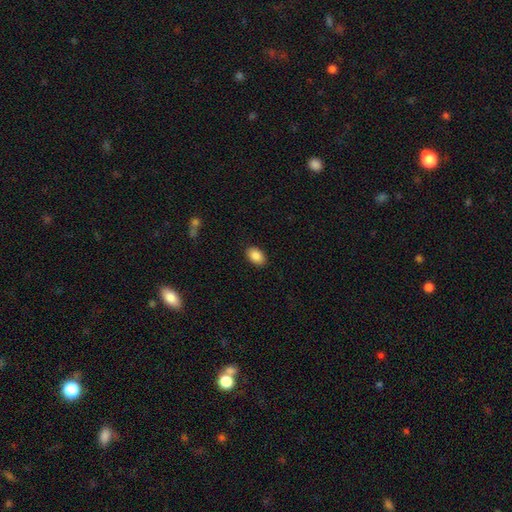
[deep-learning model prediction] Overall: smooth (88%). How rounded: in between (89%). Merging: none (89%).